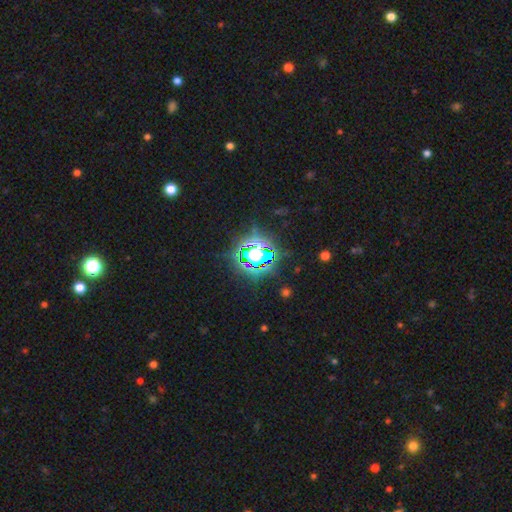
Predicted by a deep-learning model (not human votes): Morphology: type=star or artifact (70%).